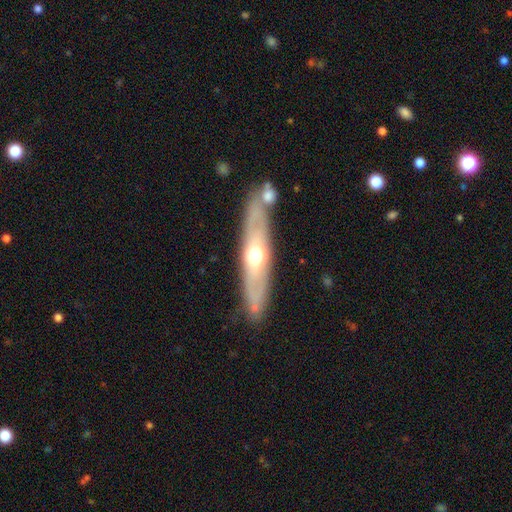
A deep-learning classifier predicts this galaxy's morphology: A featured or disk galaxy (58%) viewed edge-on (62%). Merging: none (76%).